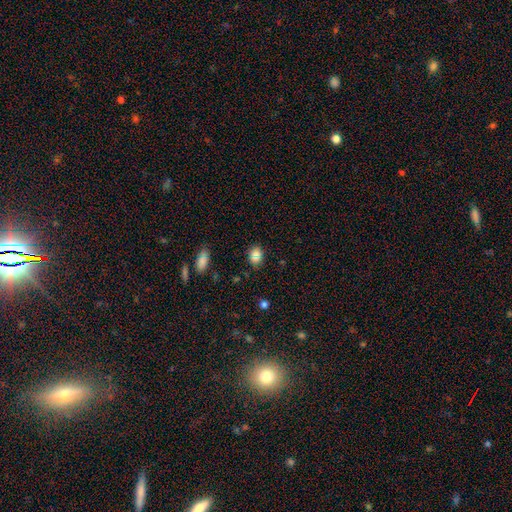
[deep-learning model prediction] This is likely a smooth galaxy (75%). How rounded: possibly in between (56%). Merging: likely none (68%).